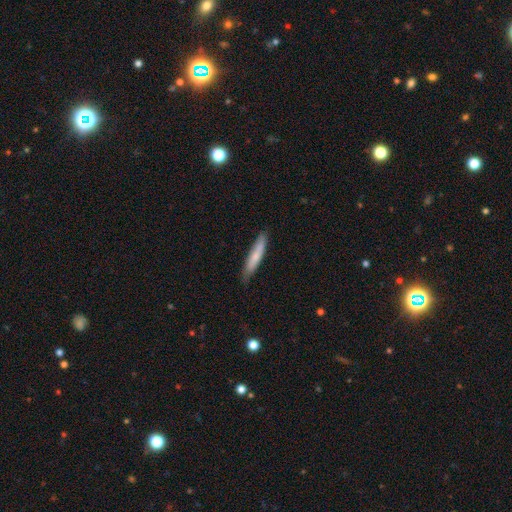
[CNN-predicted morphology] This appears to be a smooth galaxy with no disk features (74%) that is cigar-shaped (90%). Merging: none (81%).